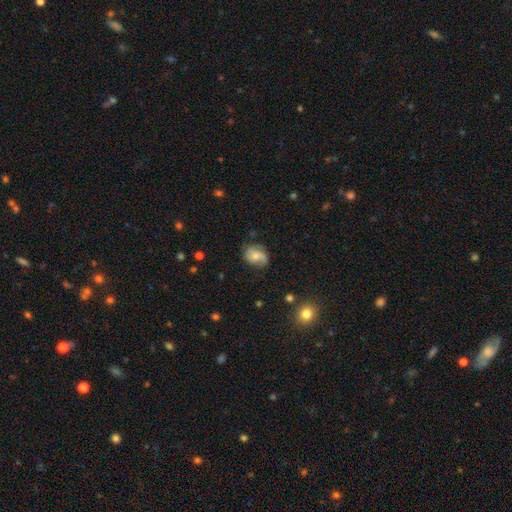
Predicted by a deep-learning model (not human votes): Q: Smooth or featured?
A: smooth (50%); runner-up: featured or disk (41%)
Q: How rounded?
A: in between (58%); runner-up: round (41%)
Q: Merging?
A: none (59%); runner-up: minor disturbance (29%)